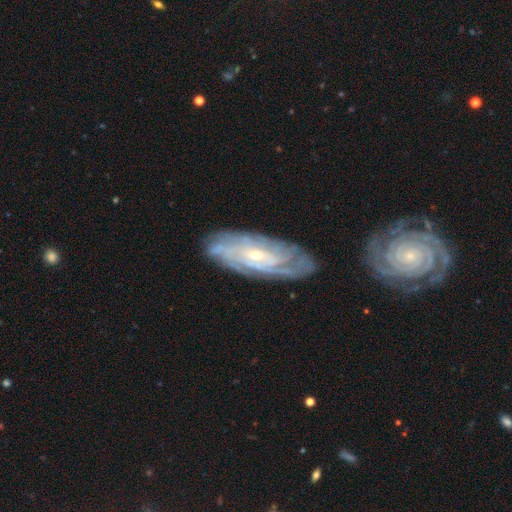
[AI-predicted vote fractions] A featured or disk galaxy (84%) with no bar (58%), tight (73%) spiral arms (95%) and a small central bulge (68%).

Vote fractions:
- Smooth or featured? featured or disk: 84% / smooth: 10% / star or artifact: 6%
- Edge-on disk? no: 89% / yes: 11%
- Bar? no: 58% / weak: 32% / strong: 9%
- Spiral arms? yes: 95% / no: 5%
- Spiral winding? tight: 73% / medium: 22% / loose: 5%
- Spiral arm count? can't tell: 43% / 4: 19% / 3: 12% / 2: 11% / more than 4: 10% / 1: 5%
- Bulge size? small: 68% / moderate: 29% / large: 1% / none: 1% / dominant: 1%
- Merging? none: 80% / minor disturbance: 14% / major disturbance: 4% / merger: 2%